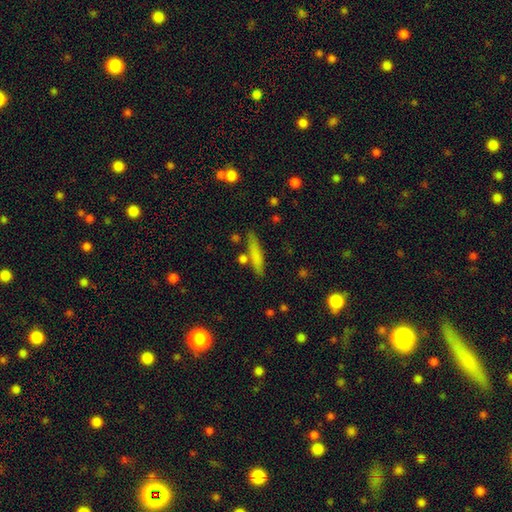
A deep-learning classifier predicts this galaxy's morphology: Smooth or featured?
  - smooth: 72% *
  - featured or disk: 21%
  - star or artifact: 7%
How rounded?
  - cigar-shaped: 88% *
  - in between: 10%
  - round: 2%
Merging?
  - none: 78% *
  - minor disturbance: 12%
  - merger: 7%
  - major disturbance: 3%